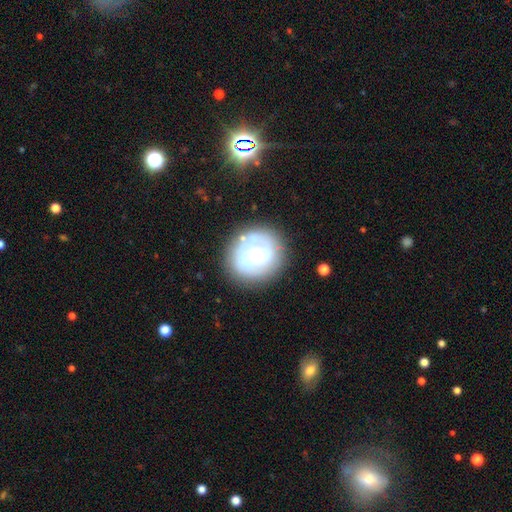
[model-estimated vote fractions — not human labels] Smooth or featured: featured or disk — 55% (smooth — 36%)
Edge-on disk: no — 97% (yes — 3%)
Bar: no — 39% (strong — 32%)
Spiral arms: no — 52% (yes — 48%)
Bulge size: large — 35% (moderate — 32%)
Merging: none — 63% (minor disturbance — 18%)